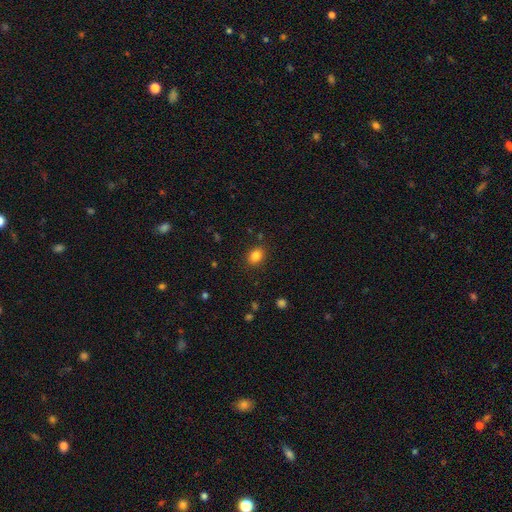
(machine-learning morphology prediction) Smooth or featured?
  - smooth: 84% *
  - star or artifact: 11%
  - featured or disk: 5%
How rounded?
  - in between: 62% *
  - round: 37%
  - cigar-shaped: 1%
Merging?
  - none: 87% *
  - minor disturbance: 9%
  - major disturbance: 3%
  - merger: 1%